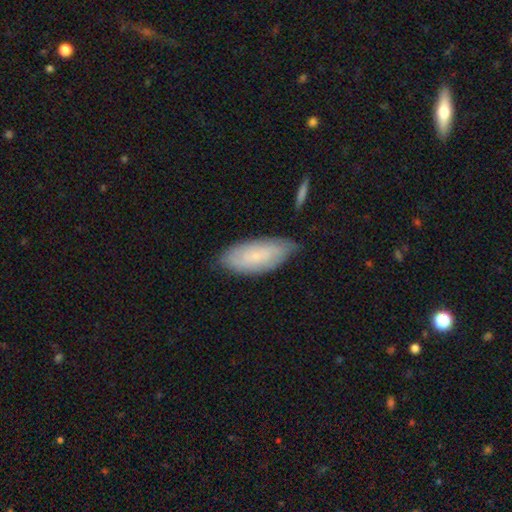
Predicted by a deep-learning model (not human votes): Q: Smooth or featured?
A: smooth (56%); runner-up: featured or disk (37%)
Q: How rounded?
A: in between (84%); runner-up: cigar-shaped (14%)
Q: Merging?
A: none (71%); runner-up: minor disturbance (23%)